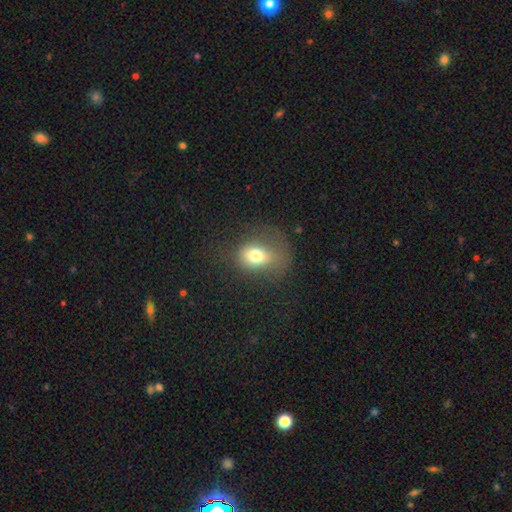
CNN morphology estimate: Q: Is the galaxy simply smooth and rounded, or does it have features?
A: smooth — 71%.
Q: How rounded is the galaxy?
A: in between — 54%.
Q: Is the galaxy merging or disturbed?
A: none — 43%.